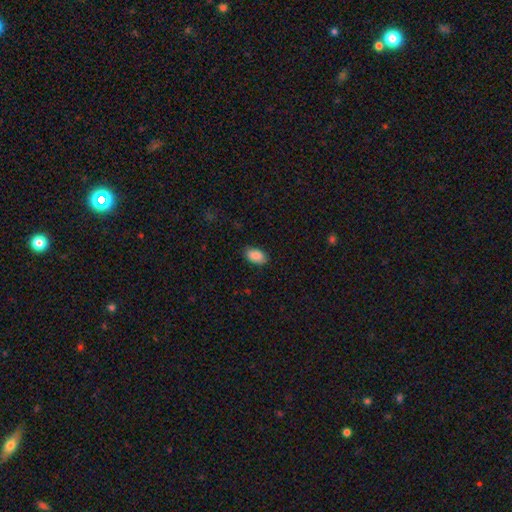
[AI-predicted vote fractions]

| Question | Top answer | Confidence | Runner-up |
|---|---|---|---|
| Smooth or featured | smooth | 88% | star or artifact (7%) |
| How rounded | in between | 93% | round (5%) |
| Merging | none | 88% | minor disturbance (9%) |